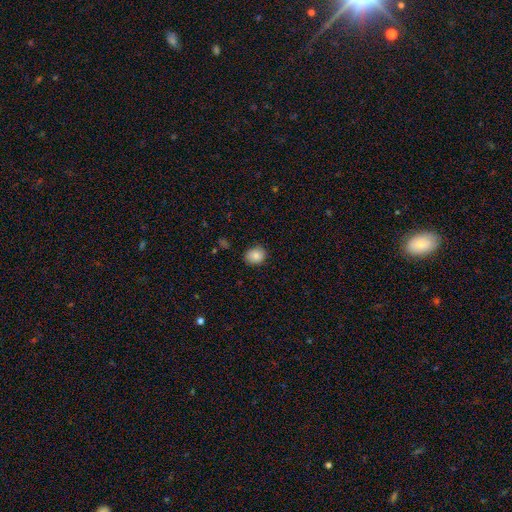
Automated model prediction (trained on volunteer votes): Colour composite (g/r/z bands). It shows a smooth galaxy with no disk features (85%) that is round (68%). Merging: none (83%).